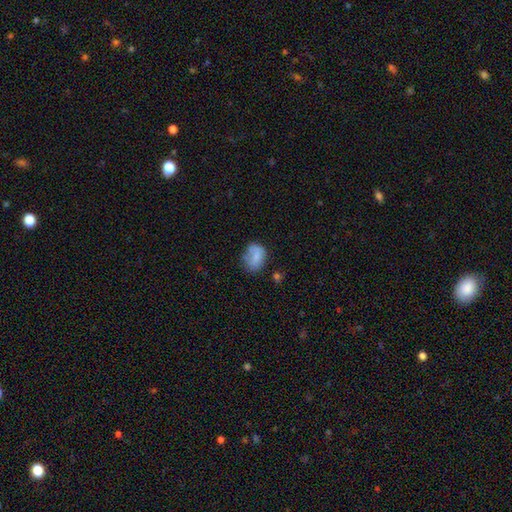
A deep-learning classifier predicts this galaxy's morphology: smooth_or_featured: smooth (p=0.74) [alt: featured or disk p=0.16]
how_rounded: in between (p=0.63) [alt: round p=0.36]
merging: none (p=0.52) [alt: minor disturbance p=0.30]